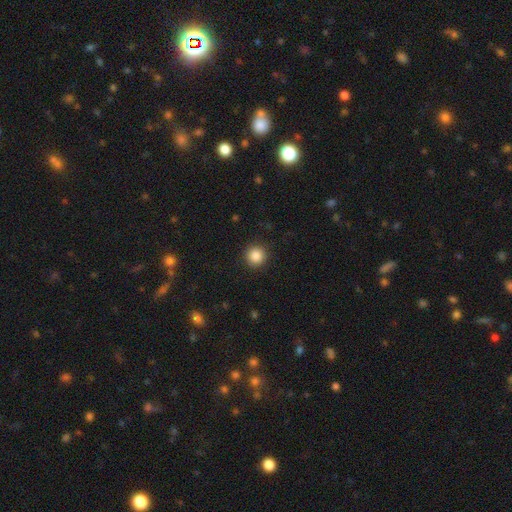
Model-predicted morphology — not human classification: smooth 86%, star or artifact 10%, featured or disk 4%. Down the decision tree: how rounded — round (95%); merging — none (92%).